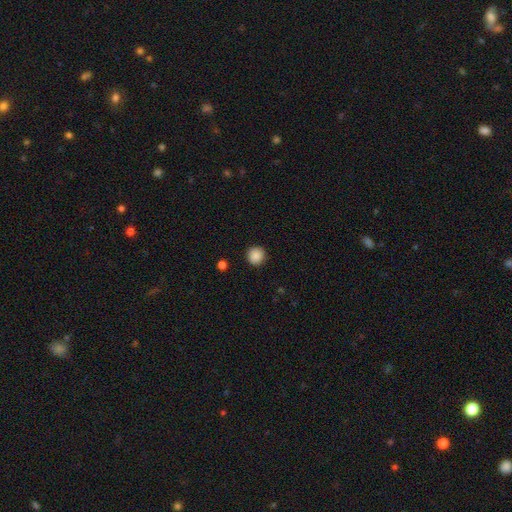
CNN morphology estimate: smooth 88%, star or artifact 9%, featured or disk 3%. Down the decision tree: how rounded — round (92%); merging — none (89%).